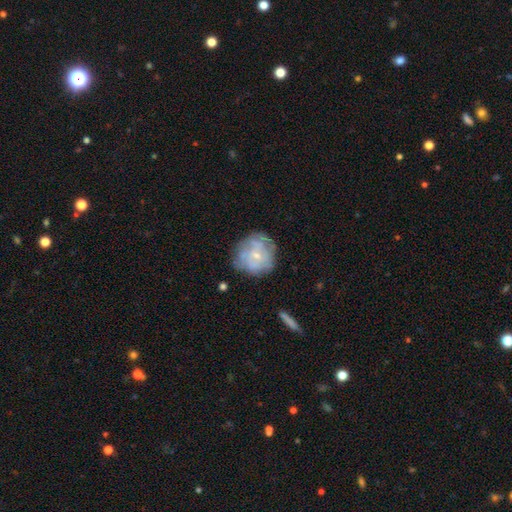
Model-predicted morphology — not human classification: Smooth or featured? Predicted: featured or disk (p=0.52). Edge-on disk? Predicted: no (p=0.97). Bar? Predicted: no (p=0.80). Spiral arms? Predicted: no (p=0.51). Bulge size? Predicted: small (p=0.72). Merging? Predicted: none (p=0.65).